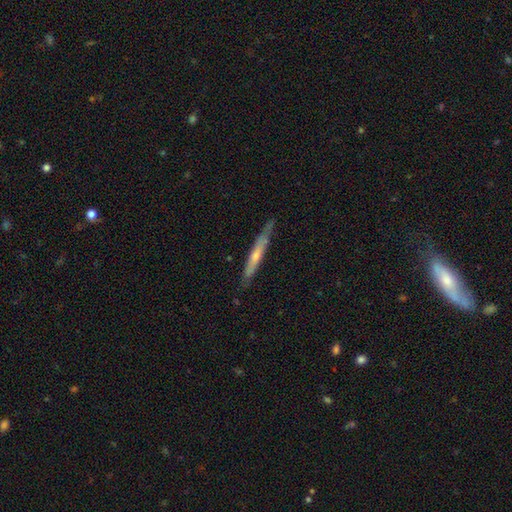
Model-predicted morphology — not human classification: Smooth or featured? Predicted: featured or disk (p=0.67). Edge-on disk? Predicted: yes (p=0.94). Edge-on bulge? Predicted: rounded (p=0.72). Merging? Predicted: none (p=0.85).